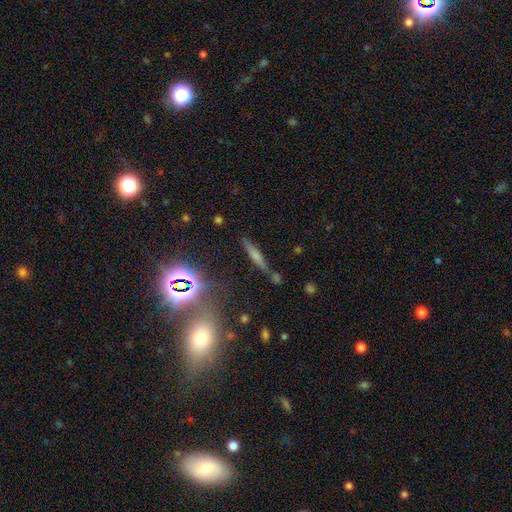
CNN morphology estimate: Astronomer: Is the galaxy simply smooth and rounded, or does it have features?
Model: smooth — 52% (runner-up: featured or disk, 32%).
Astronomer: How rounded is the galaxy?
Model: cigar-shaped — 86%.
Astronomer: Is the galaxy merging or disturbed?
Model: none — 70%.